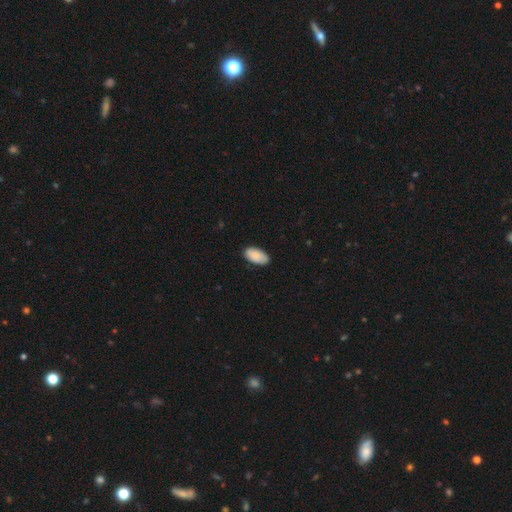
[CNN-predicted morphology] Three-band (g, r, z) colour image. It shows a smooth galaxy with no disk features (88%) that is in between round and cigar-shaped (95%). Merging: none (85%).